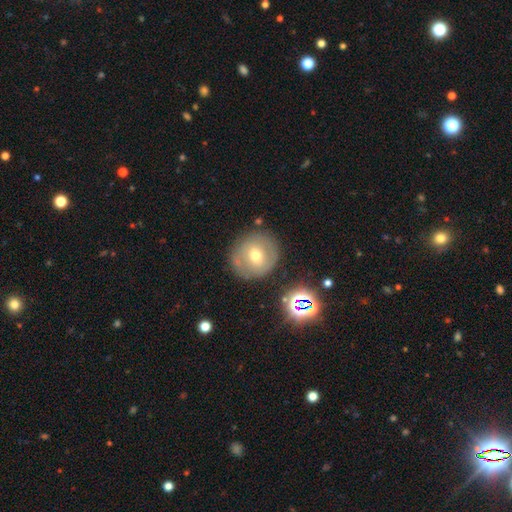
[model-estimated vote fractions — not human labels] smooth 48%, featured or disk 40%, star or artifact 12%. Down the decision tree: merging — none (80%).